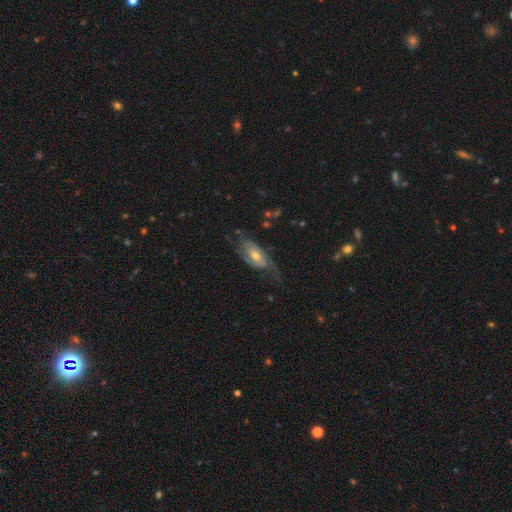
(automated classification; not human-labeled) Overall: featured or disk (66%; smooth 27%). Edge-on disk: no (85%). Bar: no (53%; weak 36%). Spiral arms: yes (81%). Bulge size: moderate (64%; small 27%). Merging: none (52%; minor disturbance 25%).